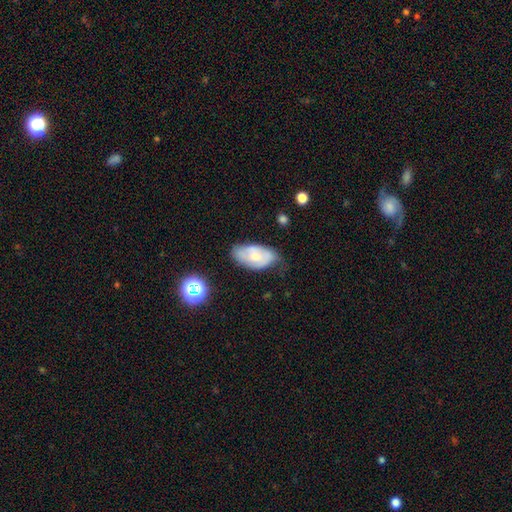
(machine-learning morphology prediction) Overall: smooth (51%; featured or disk 41%). How rounded: in between (93%). Merging: none (53%; minor disturbance 35%).